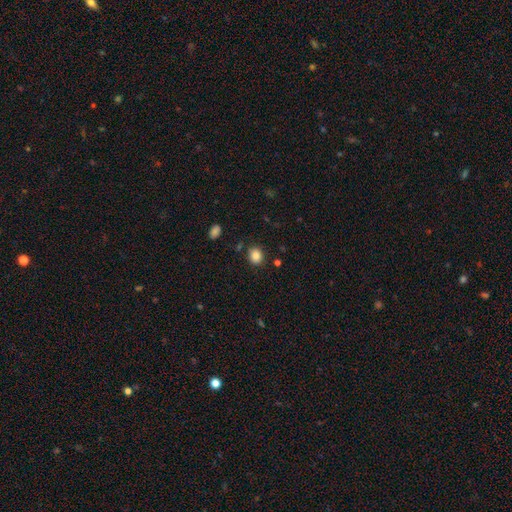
smooth-or-featured: smooth: 86% | featured or disk: 11% | star or artifact: 3%
  how-rounded: round: 61% | in between: 39% | cigar-shaped: 0%
  merging: none: 83% | minor disturbance: 11% | major disturbance: 3% | merger: 3%